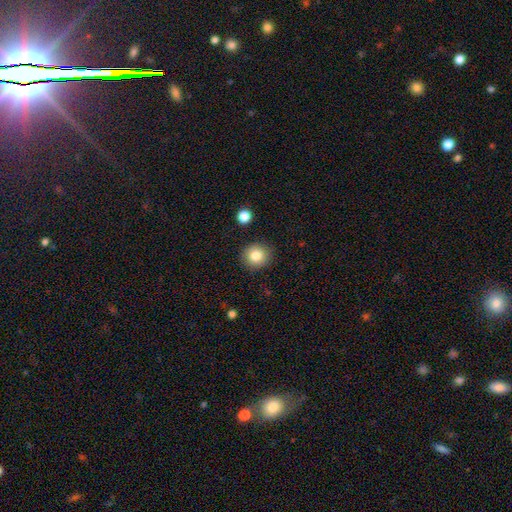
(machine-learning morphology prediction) The model was most divided on "smooth or featured": smooth: 82%, star or artifact: 10%, featured or disk: 8%. More confident: how rounded — round (91%); merging — none (89%).